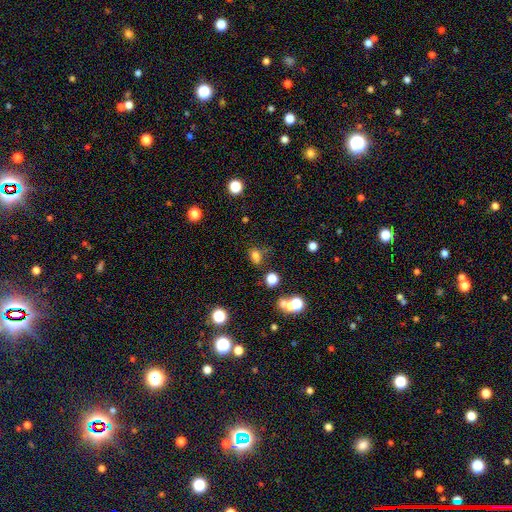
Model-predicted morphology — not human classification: type=smooth (70%); roundness=in between (56%); merging=none (56%).